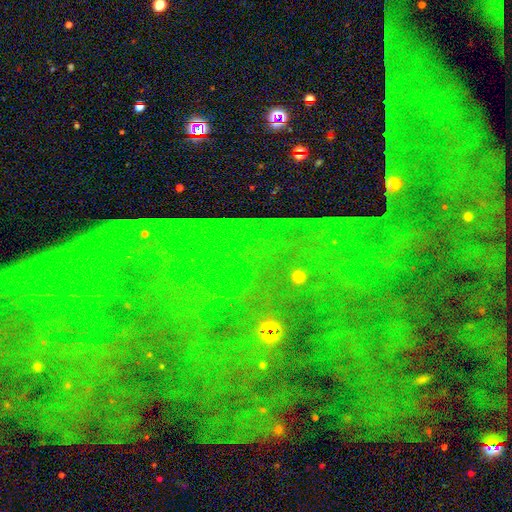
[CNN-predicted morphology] Smooth or featured?
  - star or artifact: 83% *
  - featured or disk: 10%
  - smooth: 7%